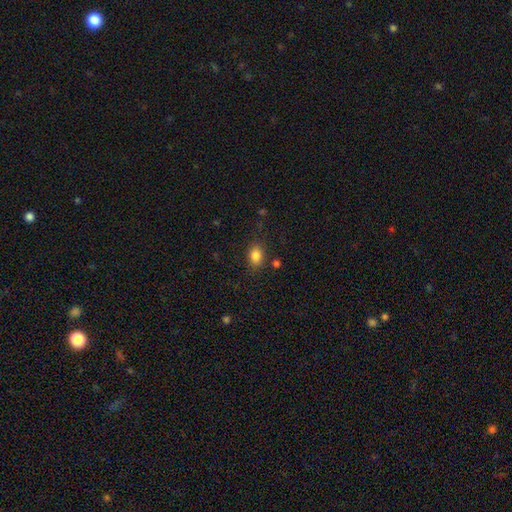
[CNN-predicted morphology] A smooth galaxy with no disk features (84%) that is in between round and cigar-shaped (71%). Merging: none (81%).